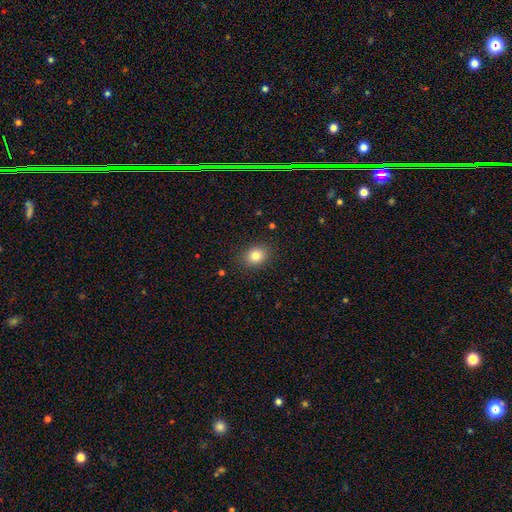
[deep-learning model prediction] Smooth or featured? Predicted: smooth (p=0.82). How rounded? Predicted: round (p=0.59). Merging? Predicted: none (p=0.88).